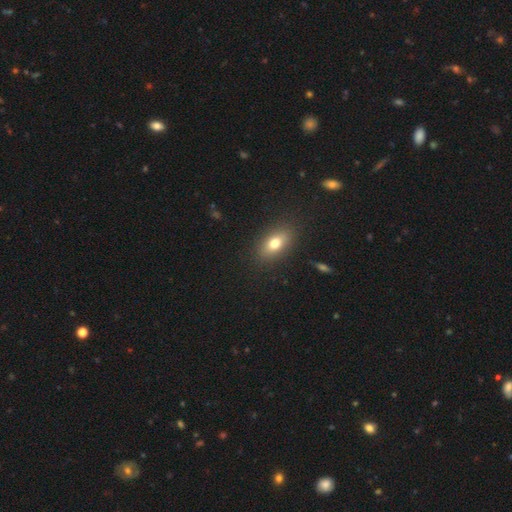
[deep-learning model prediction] This appears to be a smooth galaxy with no disk features (70%) that is in between round and cigar-shaped (80%). Merging: none (88%).